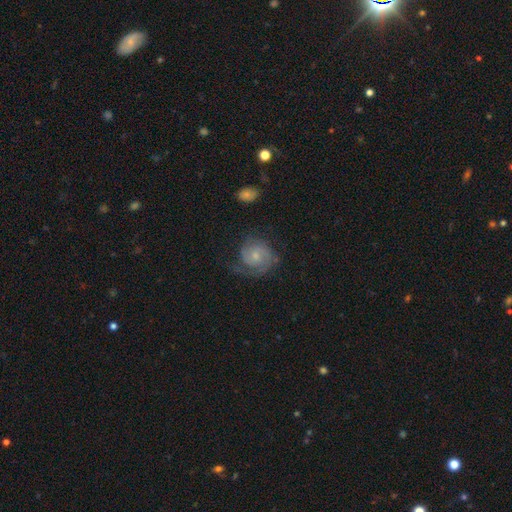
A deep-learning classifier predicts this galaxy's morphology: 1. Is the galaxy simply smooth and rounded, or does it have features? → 75% featured or disk, 19% smooth, 6% star or artifact.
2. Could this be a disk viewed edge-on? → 98% no, 2% yes.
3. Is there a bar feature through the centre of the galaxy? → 66% no, 30% weak, 4% strong.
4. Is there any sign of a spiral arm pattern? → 94% yes, 6% no.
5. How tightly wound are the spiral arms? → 52% tight, 35% medium, 13% loose.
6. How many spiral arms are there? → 49% 2, 20% 1, 17% can't tell, 9% 3, 2% 4, 2% more than 4.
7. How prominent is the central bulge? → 58% small, 33% moderate, 5% none, 2% large, 1% dominant.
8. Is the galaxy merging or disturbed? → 60% none, 21% minor disturbance, 17% major disturbance, 2% merger.